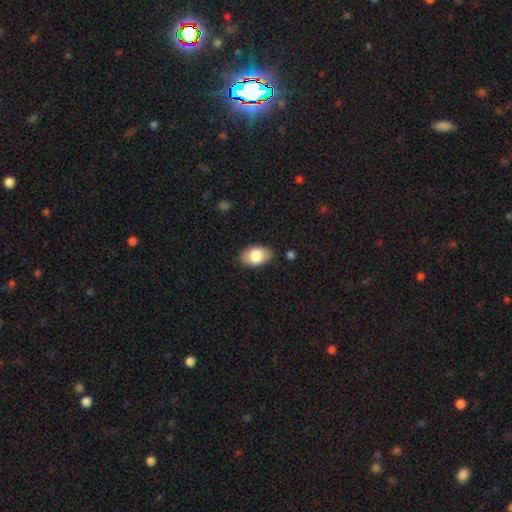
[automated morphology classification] Smooth or featured?
  - smooth: 80% *
  - featured or disk: 13%
  - star or artifact: 7%
How rounded?
  - in between: 89% *
  - round: 10%
  - cigar-shaped: 1%
Merging?
  - none: 82% *
  - minor disturbance: 13%
  - major disturbance: 3%
  - merger: 2%